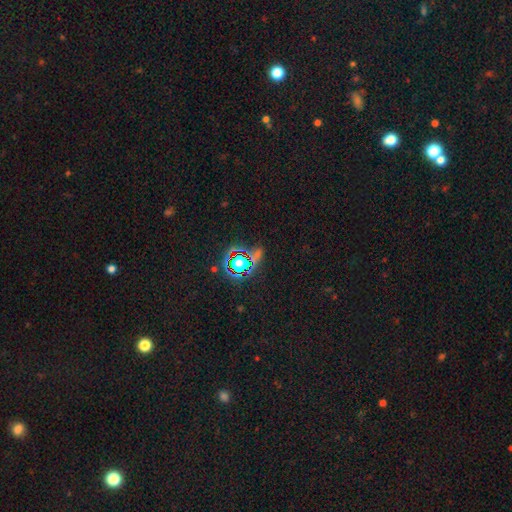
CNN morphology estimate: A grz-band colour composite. It shows a star or artifact, not a galaxy (75%).